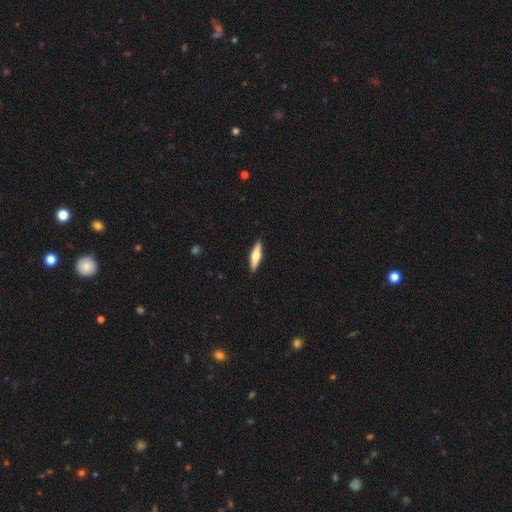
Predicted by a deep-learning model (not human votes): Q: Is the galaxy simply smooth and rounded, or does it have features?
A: smooth — 48%.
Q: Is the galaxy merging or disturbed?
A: none — 91%.